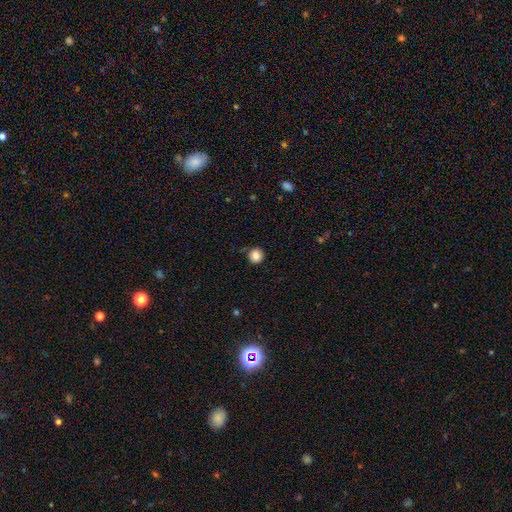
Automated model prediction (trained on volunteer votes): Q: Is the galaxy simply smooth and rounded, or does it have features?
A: smooth — 85%.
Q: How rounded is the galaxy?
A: round — 91%.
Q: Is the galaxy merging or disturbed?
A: none — 84%.